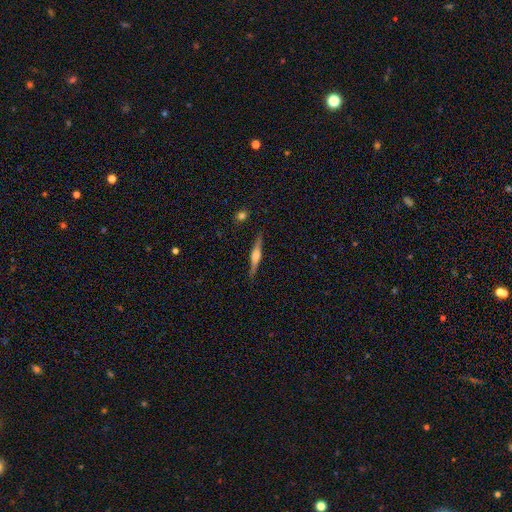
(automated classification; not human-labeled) Morphology: type=featured or disk (68%); edge-on=yes (97%); edge-on bulge=rounded (79%); merging=none (88%).